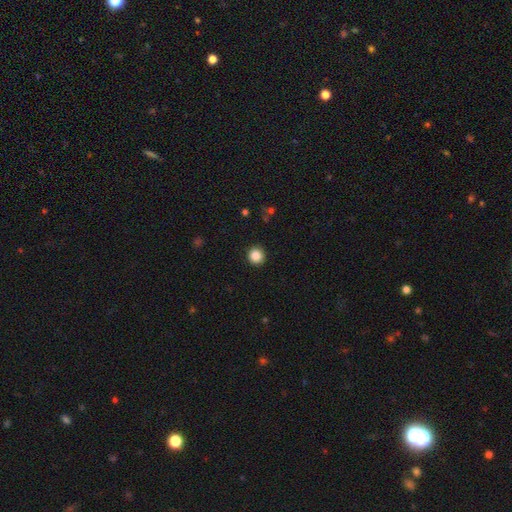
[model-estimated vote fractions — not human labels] smooth 87%, star or artifact 10%, featured or disk 3%. Down the decision tree: how rounded — round (94%); merging — none (92%).